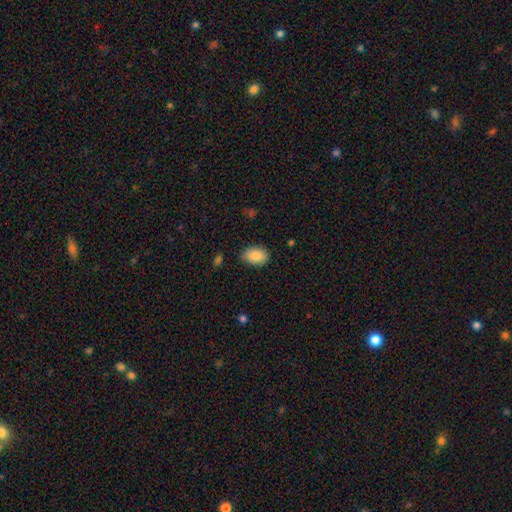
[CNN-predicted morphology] This is clearly a smooth galaxy (87%). How rounded: clearly in between (88%). Merging: likely none (80%).